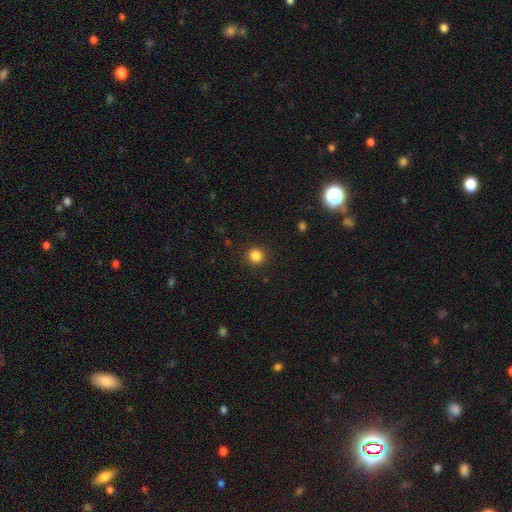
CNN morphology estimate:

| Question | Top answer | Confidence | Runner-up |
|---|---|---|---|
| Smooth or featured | smooth | 85% | star or artifact (12%) |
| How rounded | round | 94% | in between (5%) |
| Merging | none | 92% | minor disturbance (5%) |